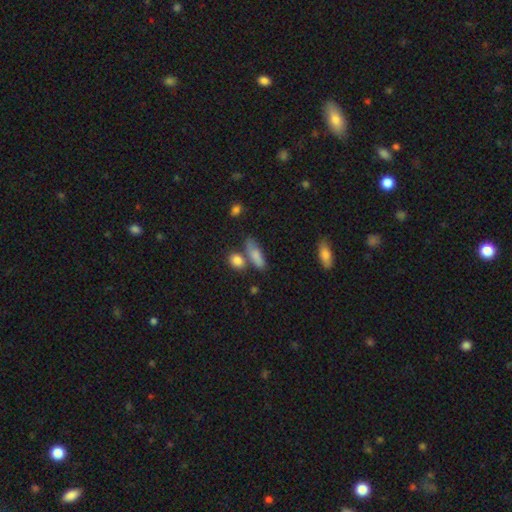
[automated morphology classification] A smooth galaxy with no disk features (79%) that is in between round and cigar-shaped (60%). Merging: none (55%).